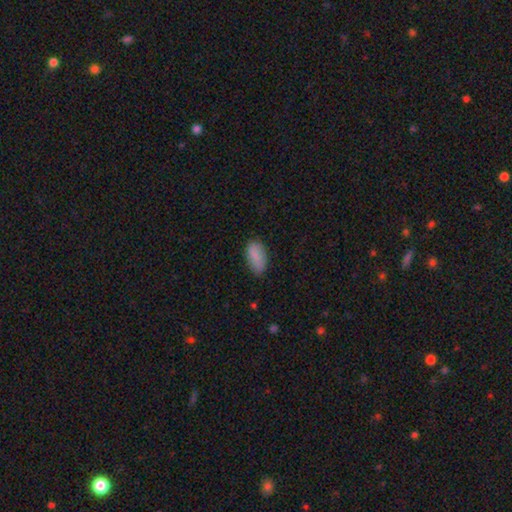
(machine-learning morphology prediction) smooth-or-featured: smooth: 85% | featured or disk: 8% | star or artifact: 7%
  how-rounded: in between: 93% | cigar-shaped: 4% | round: 3%
  merging: none: 73% | minor disturbance: 22% | major disturbance: 4% | merger: 1%